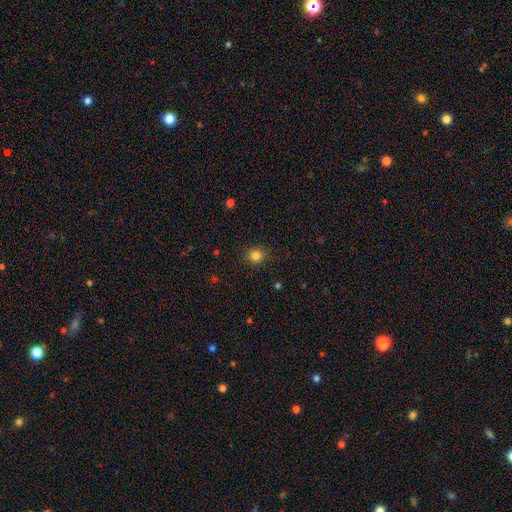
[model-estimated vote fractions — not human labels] This is clearly a smooth galaxy (83%). How rounded: clearly round (88%). Merging: clearly none (88%).